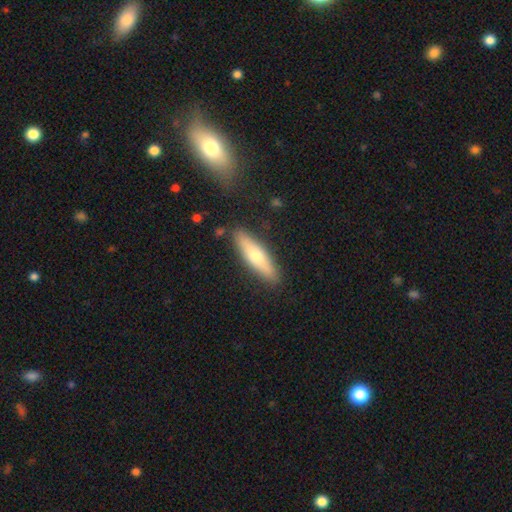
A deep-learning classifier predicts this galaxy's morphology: Smooth or featured? Predicted: smooth (p=0.57). How rounded? Predicted: cigar-shaped (p=0.67). Merging? Predicted: none (p=0.84).